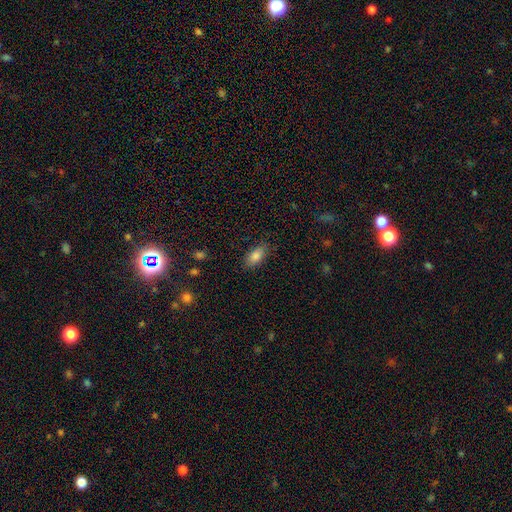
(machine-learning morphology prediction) A smooth galaxy with no disk features (84%) that is in between round and cigar-shaped (89%).

Vote fractions:
- Smooth or featured? smooth: 84% / featured or disk: 8% / star or artifact: 8%
- How rounded? in between: 89% / cigar-shaped: 7% / round: 4%
- Merging? none: 84% / minor disturbance: 12% / major disturbance: 3% / merger: 1%